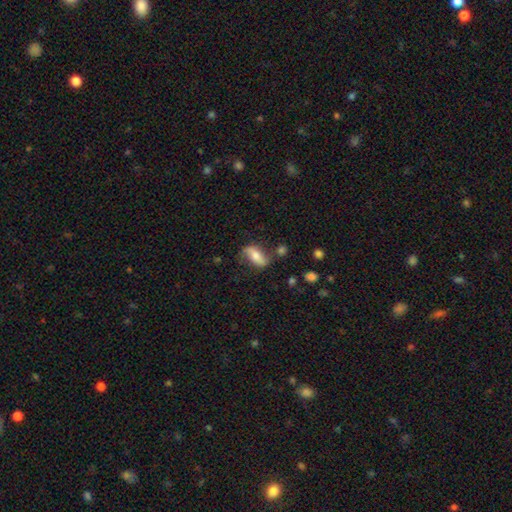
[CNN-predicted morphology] This appears to be a featured or disk galaxy (52%). Merging: none (65%).